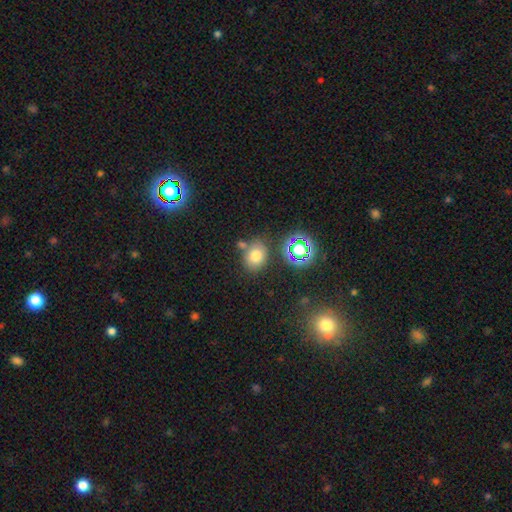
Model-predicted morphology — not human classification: Smooth or featured?
  - smooth: 73% *
  - star or artifact: 17%
  - featured or disk: 10%
How rounded?
  - in between: 53% *
  - round: 45%
  - cigar-shaped: 1%
Merging?
  - none: 69% *
  - minor disturbance: 13%
  - merger: 13%
  - major disturbance: 5%